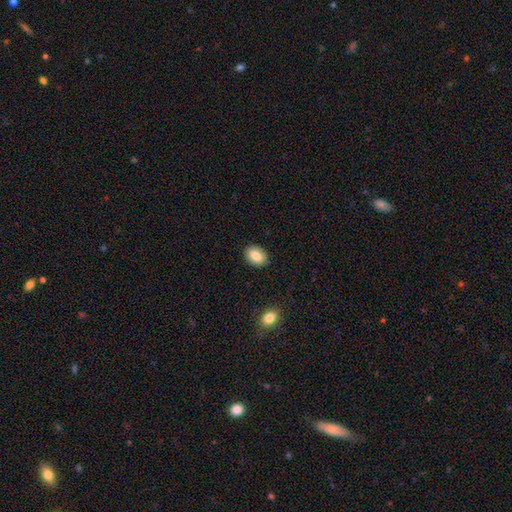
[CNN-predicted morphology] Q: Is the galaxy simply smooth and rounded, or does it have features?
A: smooth — 87%.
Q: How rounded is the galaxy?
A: in between — 81%.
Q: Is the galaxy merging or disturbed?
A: none — 89%.